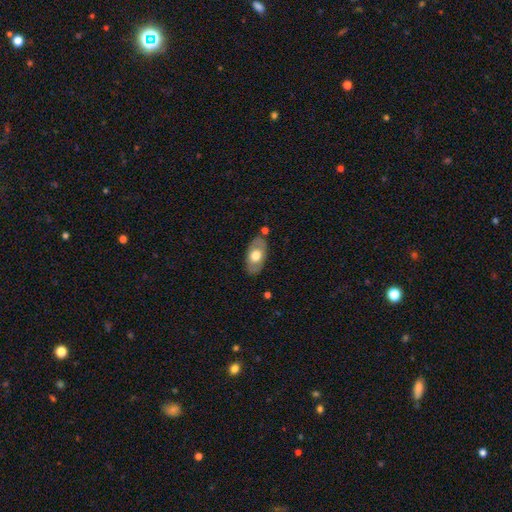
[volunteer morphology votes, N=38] Smooth or featured? 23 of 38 (61%) said smooth. How rounded? 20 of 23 (87%) said in between. Merging? 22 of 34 (65%) said none.